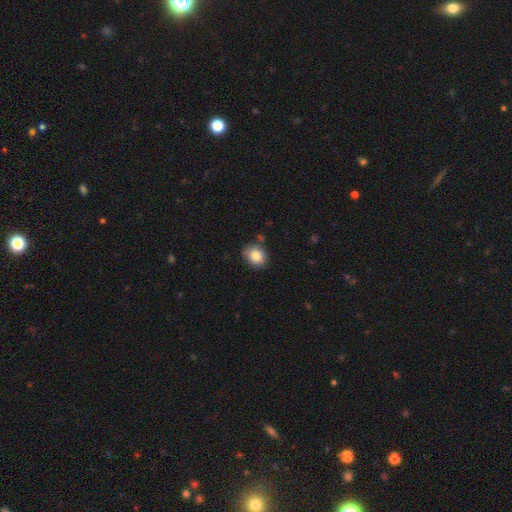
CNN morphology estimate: Smooth or featured? smooth (84%)
How rounded? round (65%)
Merging? none (77%)